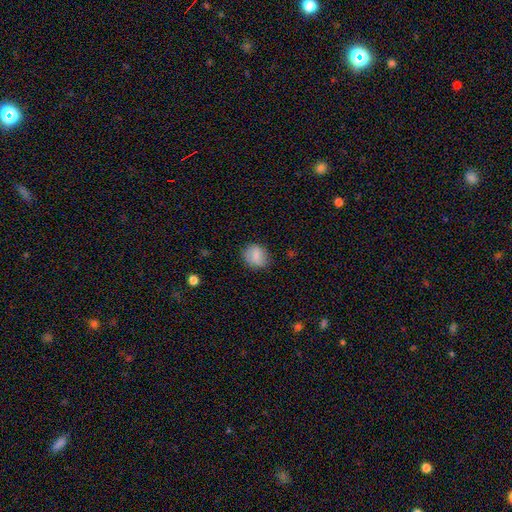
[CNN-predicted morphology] The model was most divided on "how rounded": round: 65%, in between: 33%, cigar-shaped: 1%. More confident: smooth or featured — smooth (80%); merging — none (78%).